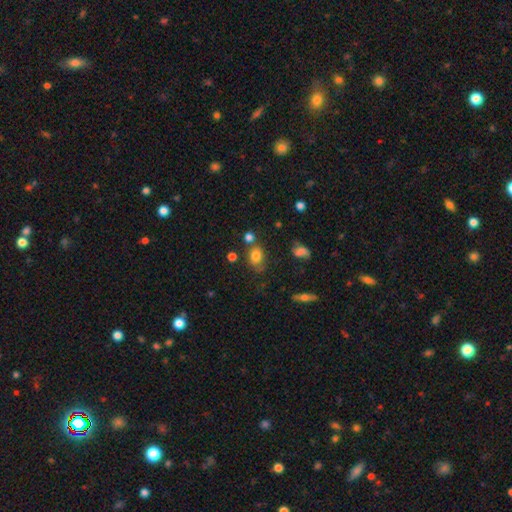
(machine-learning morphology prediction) This appears to be a smooth galaxy with no disk features (77%) that is in between round and cigar-shaped (64%). Merging: none (59%).